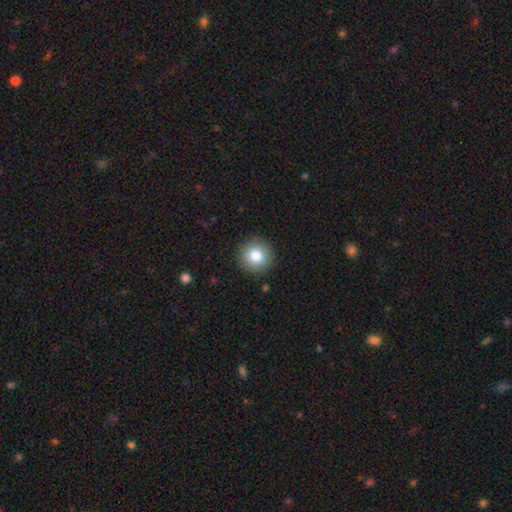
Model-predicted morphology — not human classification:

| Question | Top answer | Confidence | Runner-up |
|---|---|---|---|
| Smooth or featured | smooth | 83% | star or artifact (9%) |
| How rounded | round | 95% | in between (4%) |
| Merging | none | 91% | minor disturbance (6%) |